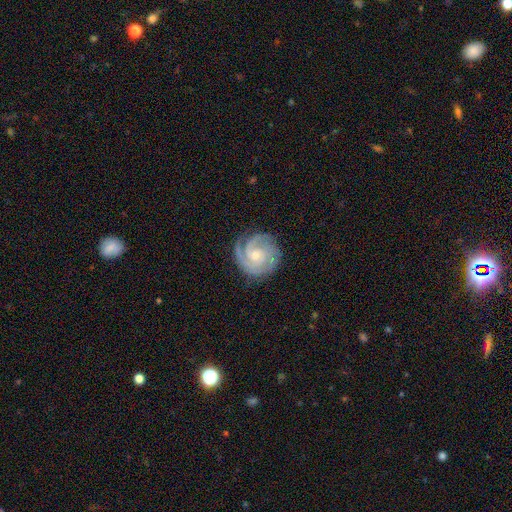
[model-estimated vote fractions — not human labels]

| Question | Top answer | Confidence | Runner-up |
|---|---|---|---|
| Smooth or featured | featured or disk | 87% | smooth (8%) |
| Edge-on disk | no | 98% | yes (2%) |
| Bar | no | 70% | weak (25%) |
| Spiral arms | yes | 98% | no (2%) |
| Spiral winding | tight | 70% | medium (26%) |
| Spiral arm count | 3 | 43% | 2 (17%) |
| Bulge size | small | 56% | moderate (40%) |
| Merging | none | 79% | minor disturbance (15%) |